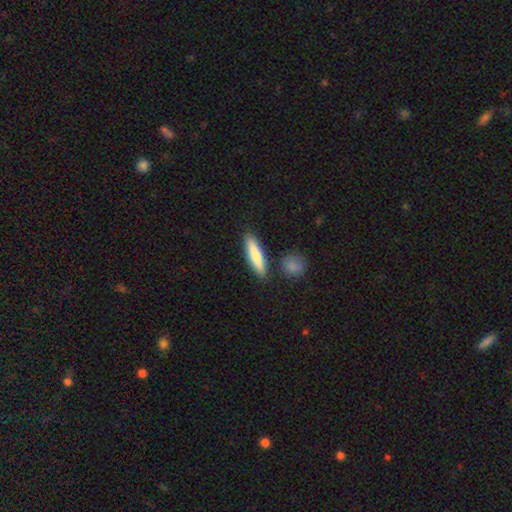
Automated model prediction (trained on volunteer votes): Morphology: type=smooth (77%); roundness=cigar-shaped (77%); merging=none (85%).